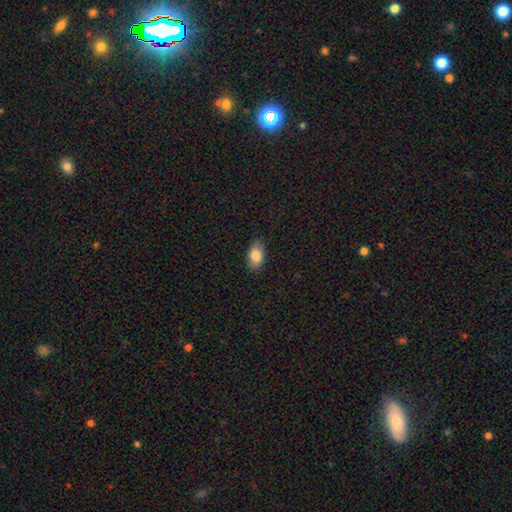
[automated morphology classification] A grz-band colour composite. It shows a smooth galaxy with no disk features (84%) that is in between round and cigar-shaped (90%). Merging: none (86%).